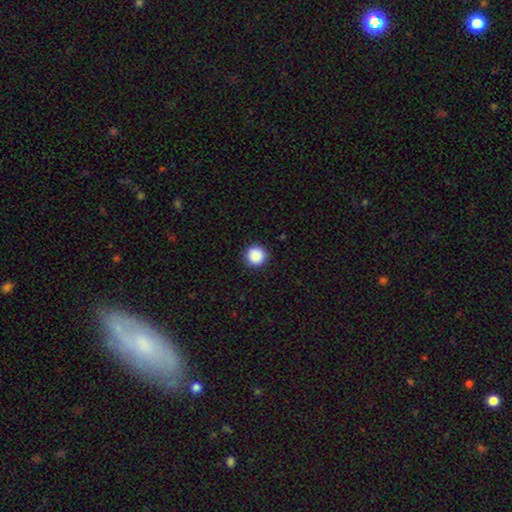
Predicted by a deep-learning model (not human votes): Morphology: type=smooth (88%); roundness=round (96%); merging=none (91%).